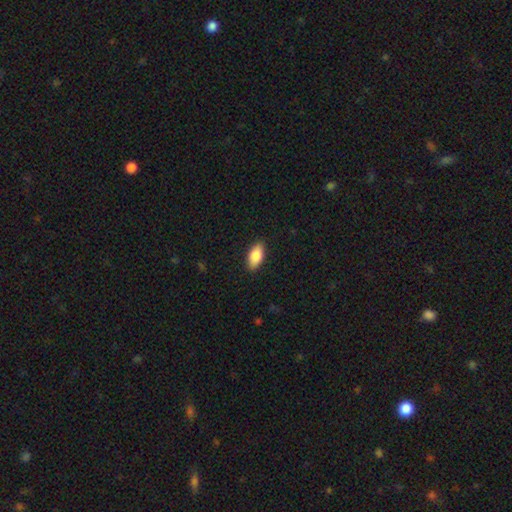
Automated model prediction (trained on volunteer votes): Smooth or featured? Predicted: smooth (p=0.84). How rounded? Predicted: in between (p=0.90). Merging? Predicted: none (p=0.88).